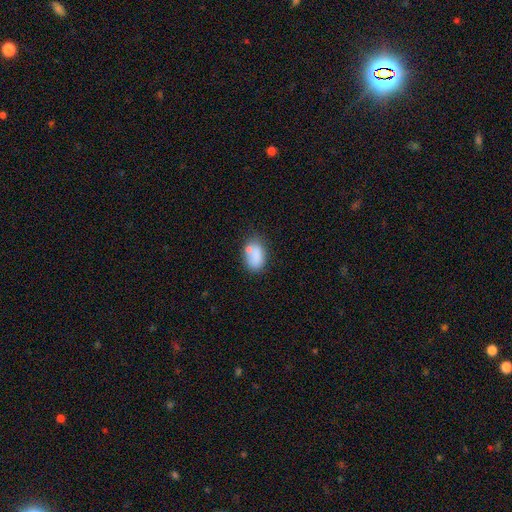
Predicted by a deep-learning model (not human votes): A smooth galaxy with no disk features (78%) that is in between round and cigar-shaped (86%).

Vote fractions:
- Smooth or featured? smooth: 78% / featured or disk: 14% / star or artifact: 9%
- How rounded? in between: 86% / round: 12% / cigar-shaped: 2%
- Merging? none: 54% / minor disturbance: 21% / merger: 19% / major disturbance: 7%